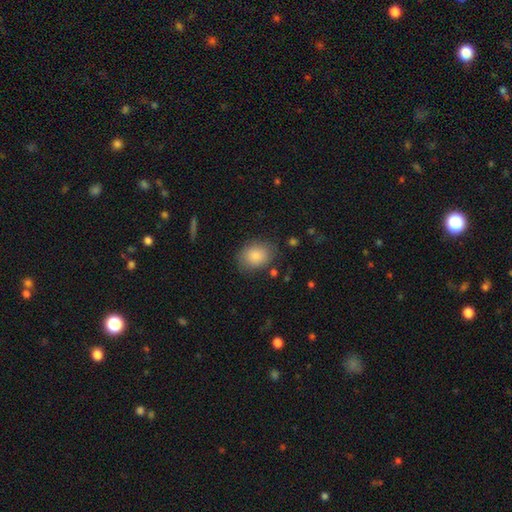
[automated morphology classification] smooth_or_featured: smooth (p=0.85) [alt: star or artifact p=0.08]
how_rounded: in between (p=0.51) [alt: round p=0.48]
merging: none (p=0.75) [alt: minor disturbance p=0.17]